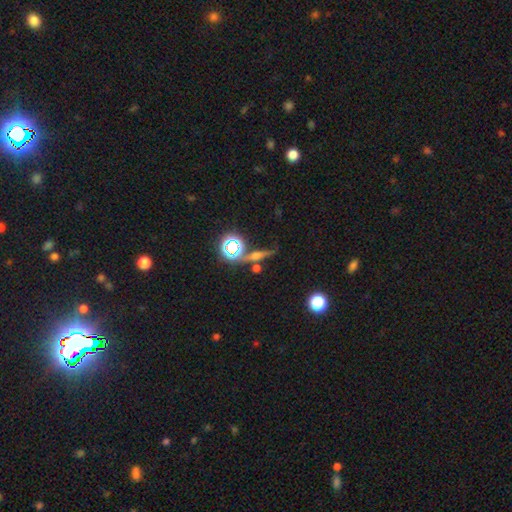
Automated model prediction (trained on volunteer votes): This appears to be a featured or disk galaxy (38%). Merging: none (66%).